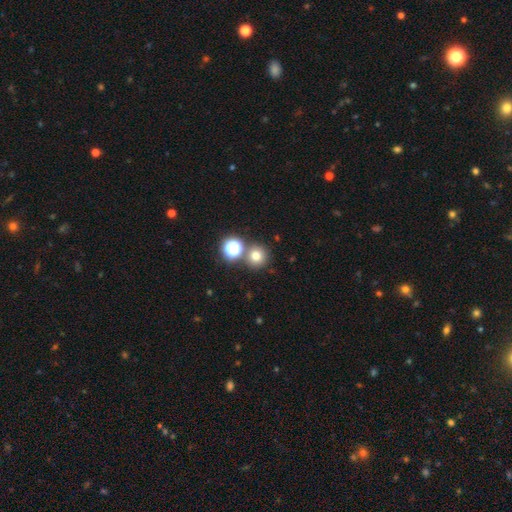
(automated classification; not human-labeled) Smooth or featured? Predicted: smooth (p=0.74). How rounded? Predicted: round (p=0.91). Merging? Predicted: none (p=0.72).